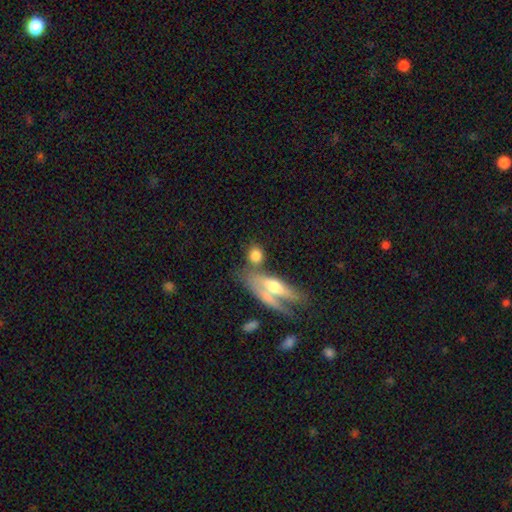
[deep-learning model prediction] Overall: smooth (76%). How rounded: round (51%; in between 38%). Merging: none (53%; merger 28%).